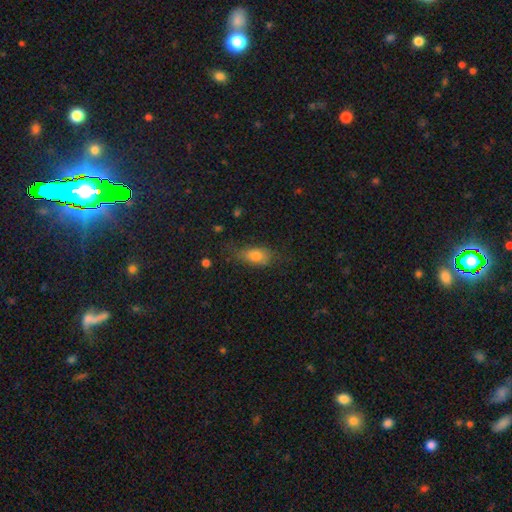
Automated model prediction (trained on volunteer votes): Smooth or featured? smooth (78%)
How rounded? in between (83%)
Merging? none (57%)